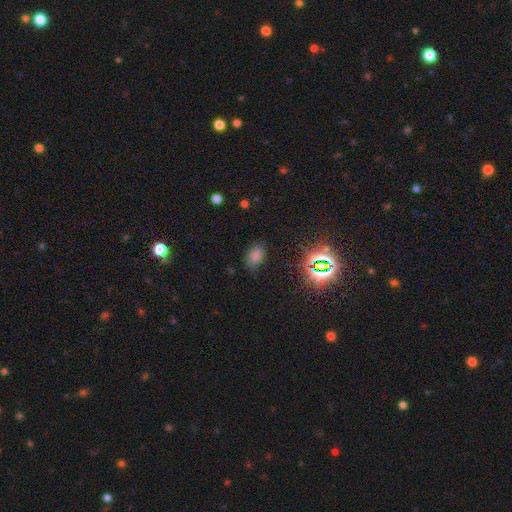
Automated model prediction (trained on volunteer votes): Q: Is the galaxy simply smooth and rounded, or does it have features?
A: smooth — 60%.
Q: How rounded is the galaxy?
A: in between — 84%.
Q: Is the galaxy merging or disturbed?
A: none — 84%.